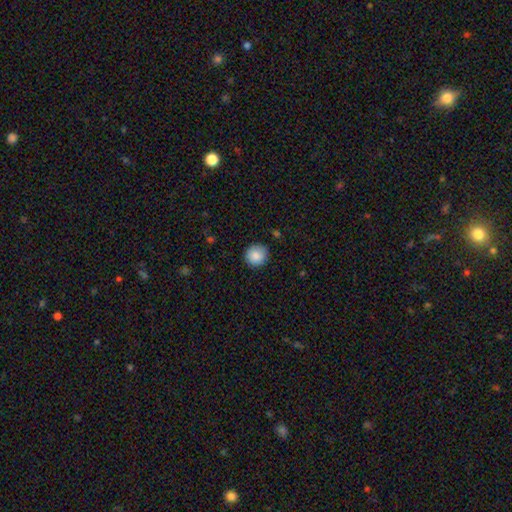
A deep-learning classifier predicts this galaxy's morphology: smooth_or_featured: smooth (p=0.88) [alt: star or artifact p=0.08]
how_rounded: round (p=0.91) [alt: in between p=0.08]
merging: none (p=0.88) [alt: minor disturbance p=0.09]